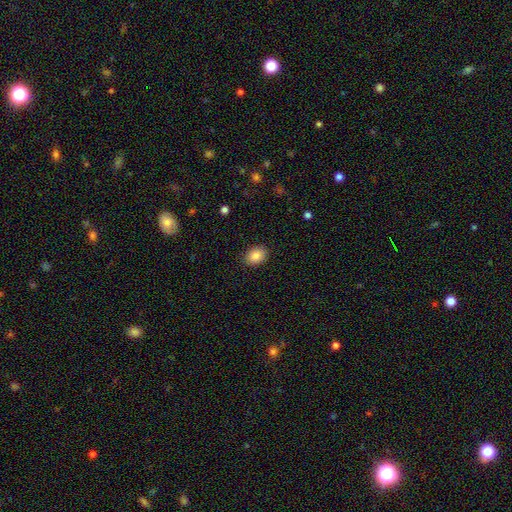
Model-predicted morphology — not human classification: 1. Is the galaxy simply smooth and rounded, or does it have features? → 86% smooth, 8% star or artifact, 6% featured or disk.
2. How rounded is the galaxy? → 71% in between, 28% round, 1% cigar-shaped.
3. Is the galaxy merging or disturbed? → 89% none, 8% minor disturbance, 2% major disturbance, 1% merger.